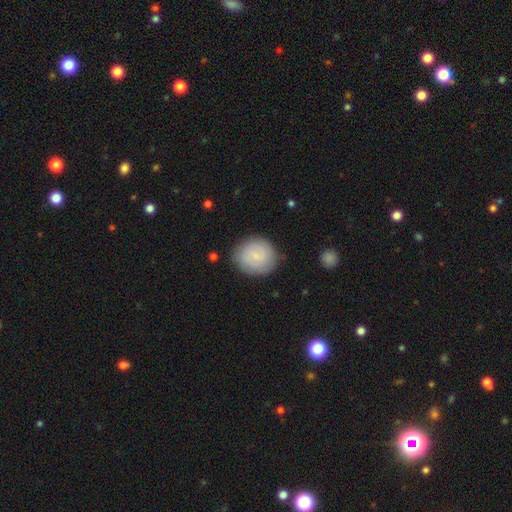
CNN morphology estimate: Overall: smooth (65%; featured or disk 28%). How rounded: round (78%). Merging: none (82%).